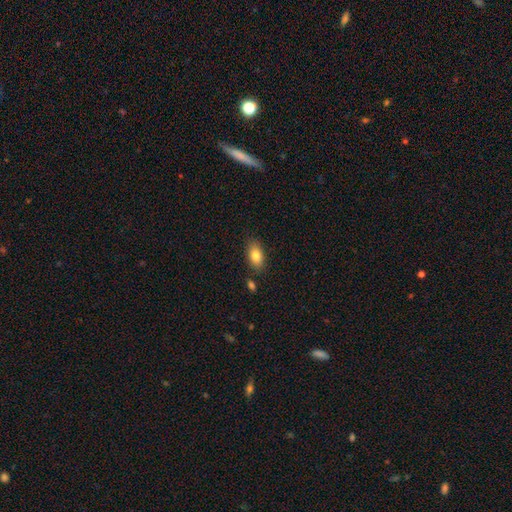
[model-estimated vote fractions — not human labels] A smooth galaxy with no disk features (83%) that is in between round and cigar-shaped (89%).

Vote fractions:
- Smooth or featured? smooth: 83% / featured or disk: 10% / star or artifact: 8%
- How rounded? in between: 89% / round: 6% / cigar-shaped: 5%
- Merging? none: 81% / minor disturbance: 12% / merger: 4% / major disturbance: 3%